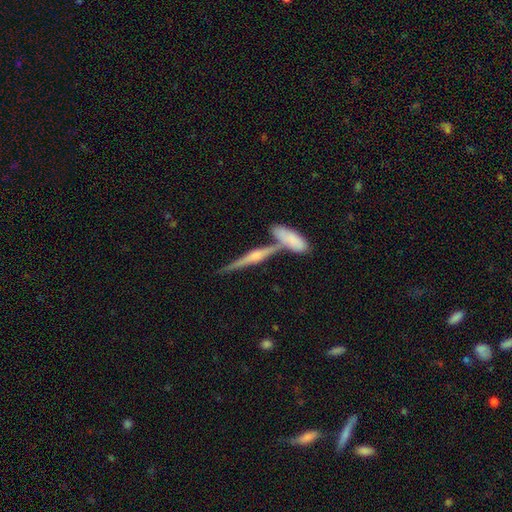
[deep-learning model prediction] Overall: featured or disk (72%). Edge-on disk: yes (96%). Edge-on bulge: rounded (75%). Merging: none (63%).